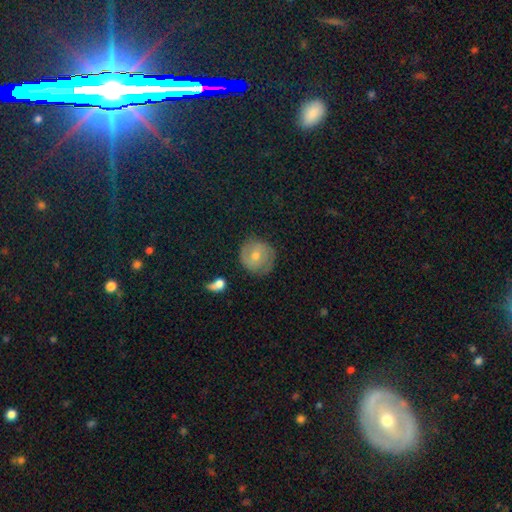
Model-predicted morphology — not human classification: smooth-or-featured: smooth: 50% | featured or disk: 42% | star or artifact: 8%
  merging: none: 73% | minor disturbance: 19% | major disturbance: 6% | merger: 2%